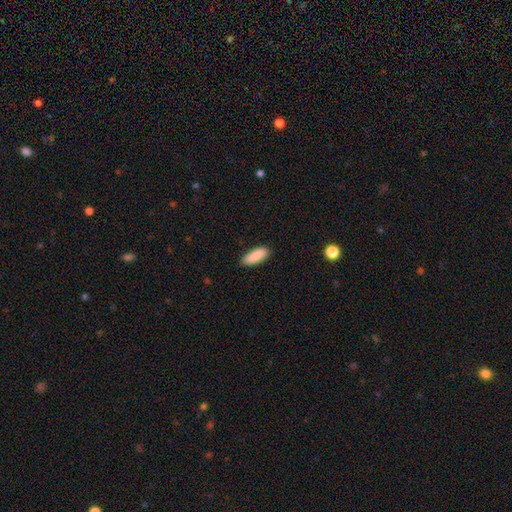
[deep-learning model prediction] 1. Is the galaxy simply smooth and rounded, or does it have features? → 89% smooth, 6% star or artifact, 5% featured or disk.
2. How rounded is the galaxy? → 74% in between, 24% cigar-shaped, 2% round.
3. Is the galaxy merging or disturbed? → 86% none, 11% minor disturbance, 2% major disturbance, 1% merger.